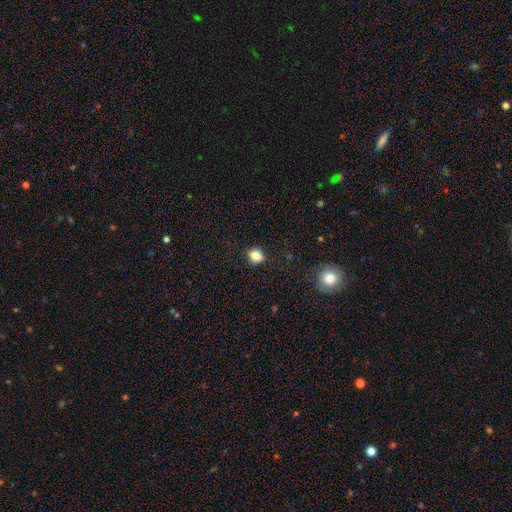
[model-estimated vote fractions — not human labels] A smooth galaxy with no disk features (81%) that is in between round and cigar-shaped (56%). Merging: none (86%).